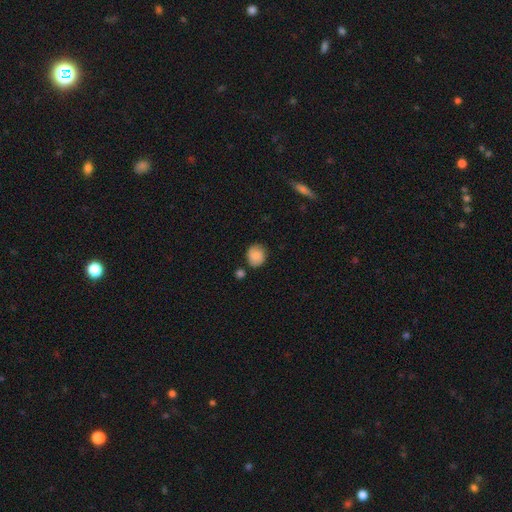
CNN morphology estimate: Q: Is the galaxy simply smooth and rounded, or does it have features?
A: smooth — 81%.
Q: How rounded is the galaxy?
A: round — 75%.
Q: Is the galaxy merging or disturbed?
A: none — 72%.